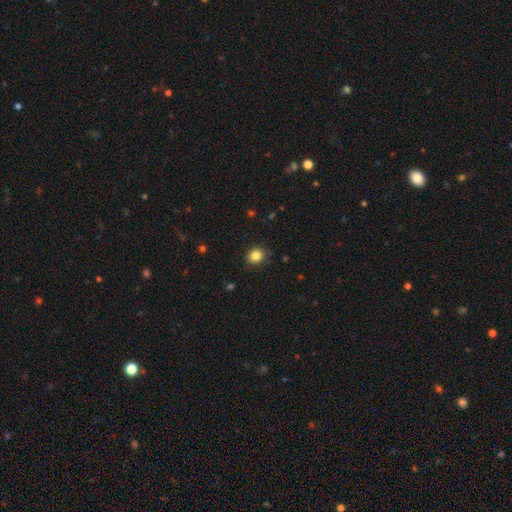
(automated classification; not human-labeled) Morphology: type=smooth (84%); roundness=round (77%); merging=none (87%).